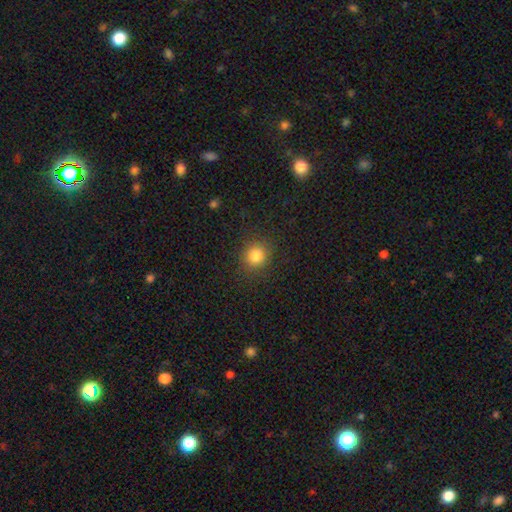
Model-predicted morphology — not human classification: Q: Smooth or featured?
A: smooth (83%); runner-up: star or artifact (12%)
Q: How rounded?
A: round (87%); runner-up: in between (12%)
Q: Merging?
A: none (88%); runner-up: minor disturbance (8%)